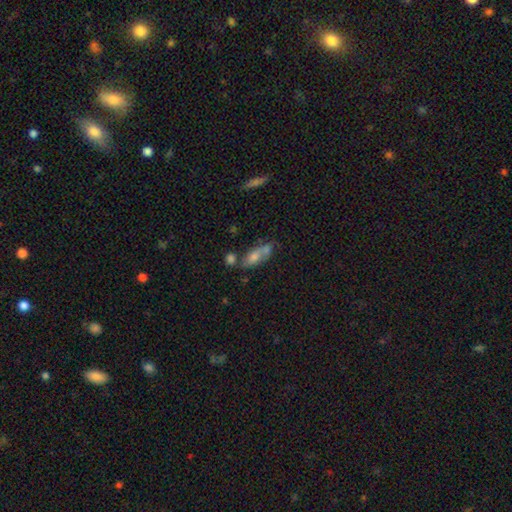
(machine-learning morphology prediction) Smooth or featured: smooth — 59% (featured or disk — 32%)
How rounded: in between — 67% (cigar-shaped — 29%)
Merging: none — 47% (merger — 23%)